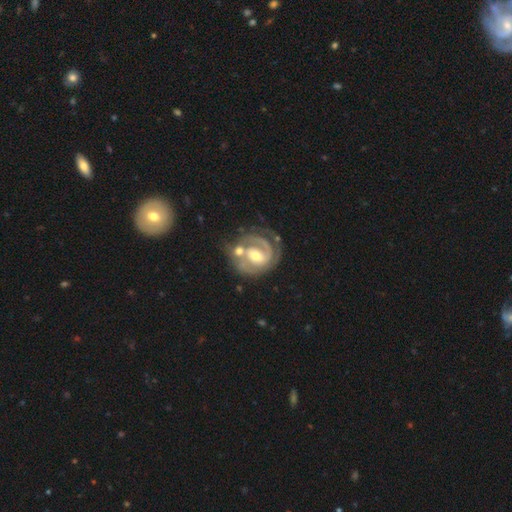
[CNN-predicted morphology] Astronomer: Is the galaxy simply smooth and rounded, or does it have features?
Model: featured or disk — 88%.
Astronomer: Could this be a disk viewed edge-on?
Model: no — 98%.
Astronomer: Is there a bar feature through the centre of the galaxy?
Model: weak — 48% (runner-up: strong, 29%).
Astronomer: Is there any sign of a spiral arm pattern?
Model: yes — 95%.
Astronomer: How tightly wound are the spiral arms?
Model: tight — 65%.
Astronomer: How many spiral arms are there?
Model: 2 — 61%.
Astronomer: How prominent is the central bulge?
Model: moderate — 66%.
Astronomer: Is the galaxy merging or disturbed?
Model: none — 51%.